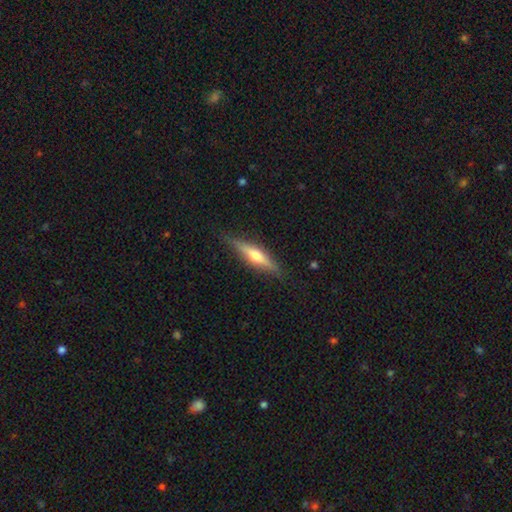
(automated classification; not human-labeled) Morphology: type=featured or disk (60%); edge-on=yes (95%); edge-on bulge=rounded (87%); merging=none (86%).